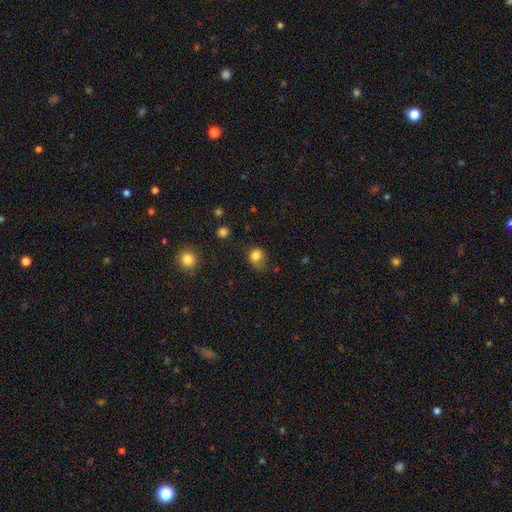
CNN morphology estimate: Smooth or featured? smooth (80%)
How rounded? round (67%)
Merging? none (50%)